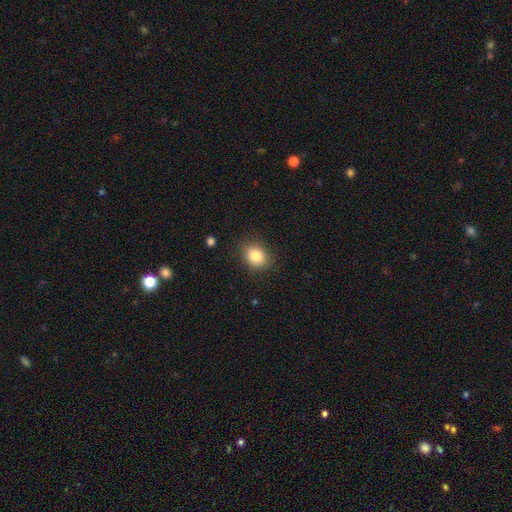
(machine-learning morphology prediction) This is clearly a smooth galaxy (83%). How rounded: possibly in between (50%). Merging: clearly none (85%).